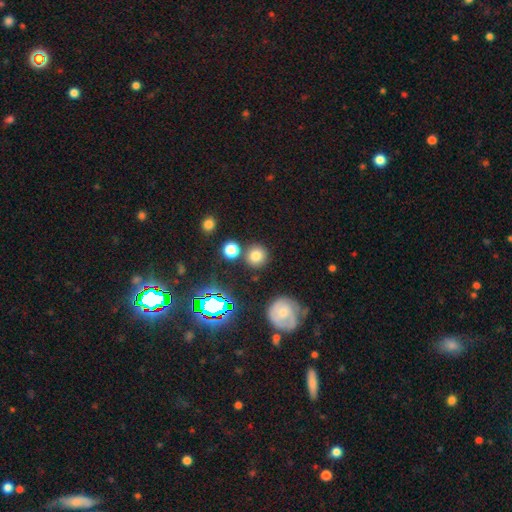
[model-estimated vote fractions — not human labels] This appears to be a smooth galaxy with no disk features (74%) that is round (91%). Merging: none (81%).